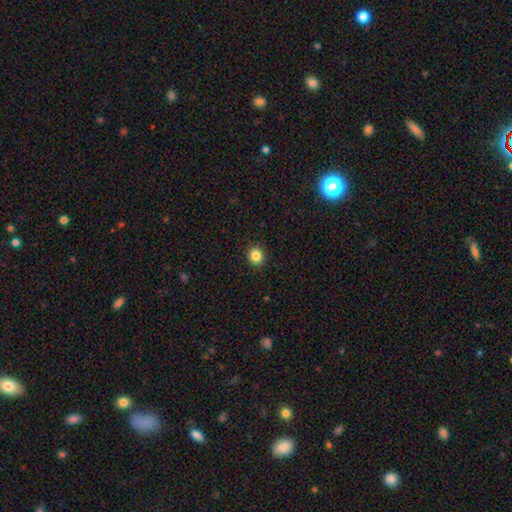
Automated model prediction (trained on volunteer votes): smooth-or-featured: smooth: 85% | star or artifact: 11% | featured or disk: 4%
  how-rounded: round: 85% | in between: 14% | cigar-shaped: 1%
  merging: none: 92% | minor disturbance: 5% | major disturbance: 2% | merger: 1%